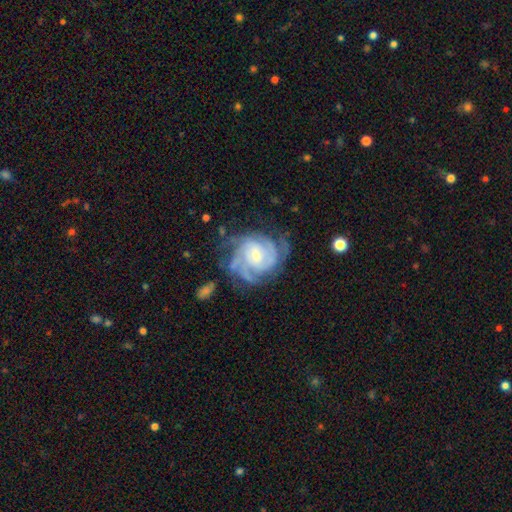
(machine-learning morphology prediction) type=featured or disk (88%); edge-on=no (98%); bar=no (46%); spiral arms=yes (97%); winding=tight (66%); arm count=3 (27%); bulge=small (60%); merging=none (64%).